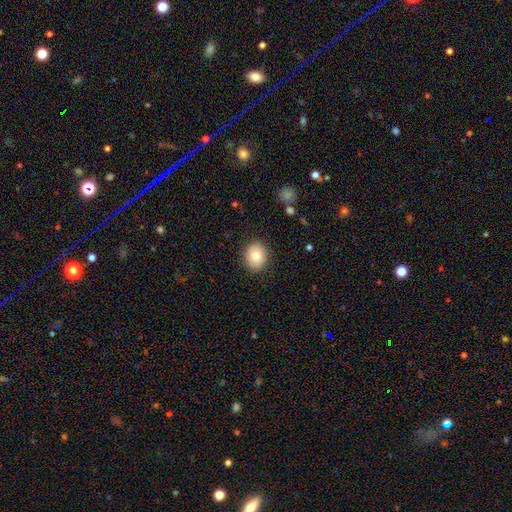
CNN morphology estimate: This is clearly a smooth galaxy (81%). How rounded: possibly round (58%). Merging: clearly none (88%).